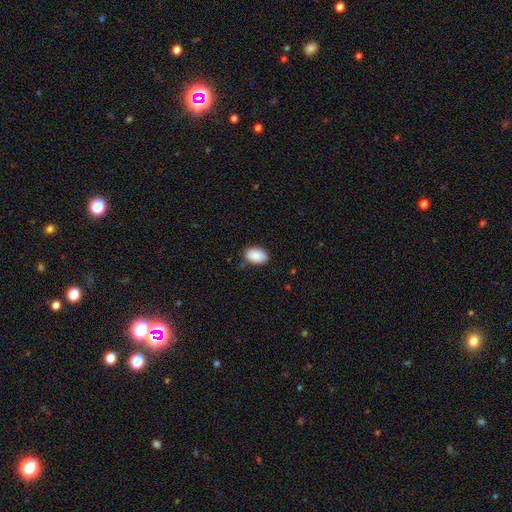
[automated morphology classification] The model was most divided on "merging": none: 84%, minor disturbance: 12%, major disturbance: 2%, merger: 1%. More confident: how rounded — in between (91%); smooth or featured — smooth (90%).